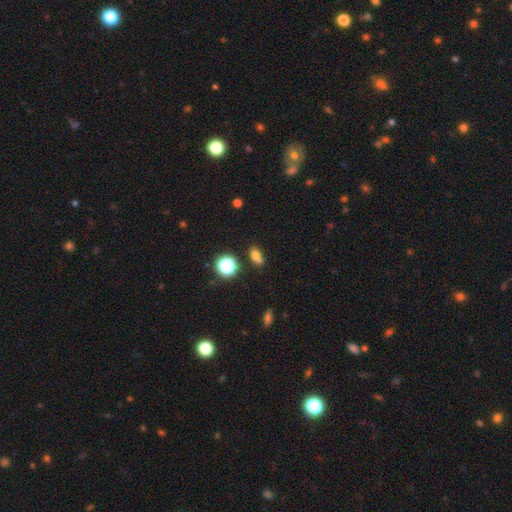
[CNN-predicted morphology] type=smooth (73%); roundness=in between (69%); merging=none (60%).